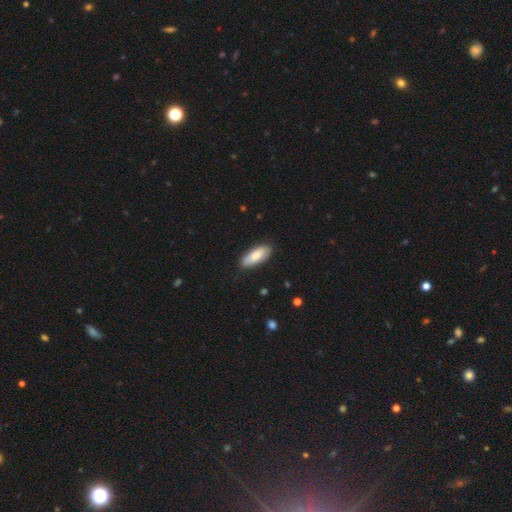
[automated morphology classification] Smooth or featured? smooth (84%)
How rounded? in between (74%)
Merging? none (87%)